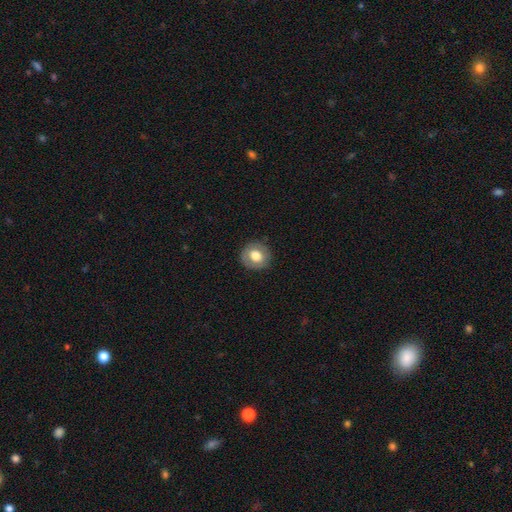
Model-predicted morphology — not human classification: This is likely a smooth galaxy (68%). How rounded: clearly round (87%). Merging: clearly none (86%).